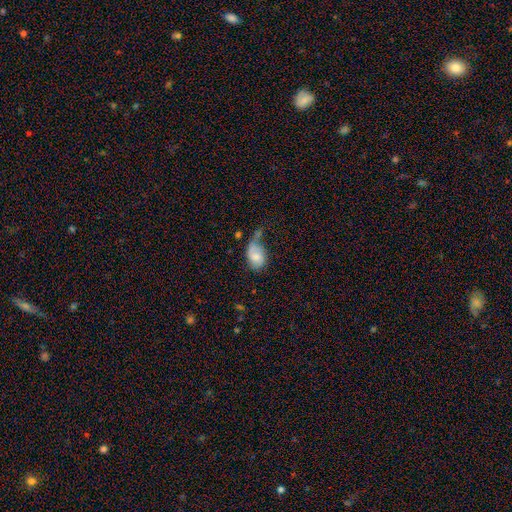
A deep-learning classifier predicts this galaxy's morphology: smooth 59%, featured or disk 33%, star or artifact 8%. Down the decision tree: how rounded — in between (78%); merging — minor disturbance (31%).